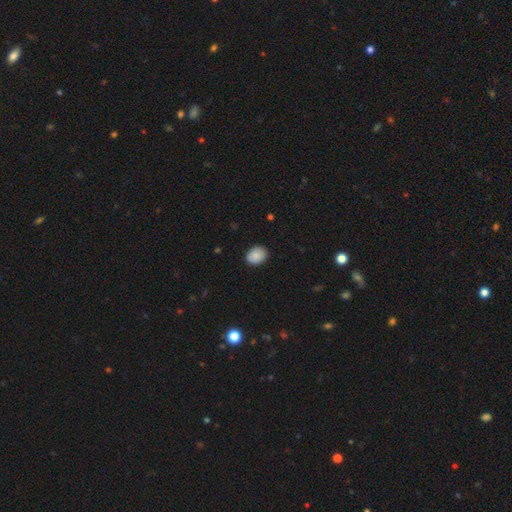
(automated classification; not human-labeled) A smooth galaxy with no disk features (87%) that is in between round and cigar-shaped (57%). Merging: none (86%).